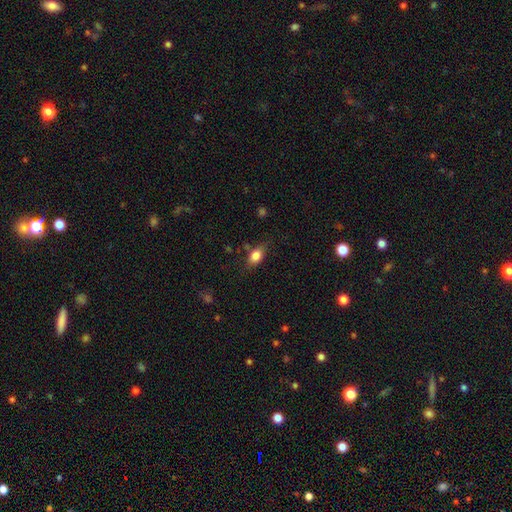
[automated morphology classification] A smooth galaxy with no disk features (80%) that is in between round and cigar-shaped (81%). Merging: none (73%).